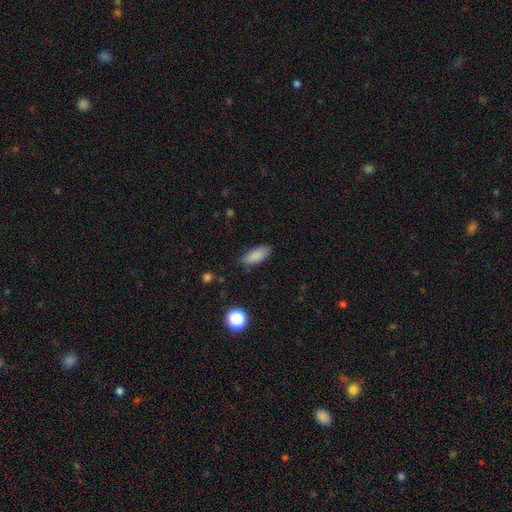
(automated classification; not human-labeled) Morphology: type=smooth (86%); roundness=in between (80%); merging=none (84%).